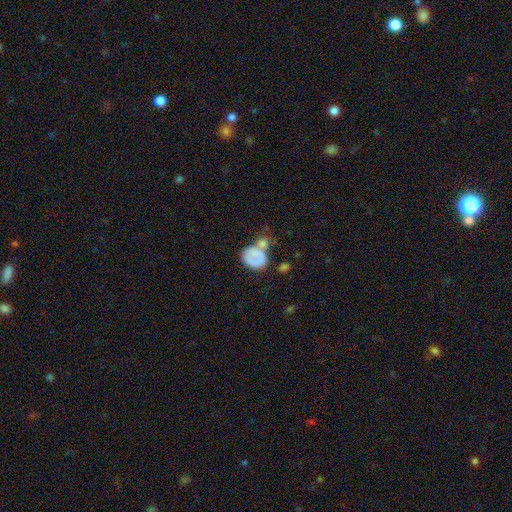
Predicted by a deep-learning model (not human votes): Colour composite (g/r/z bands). It shows a smooth galaxy with no disk features (70%) that is round (52%). Merging: none (38%).